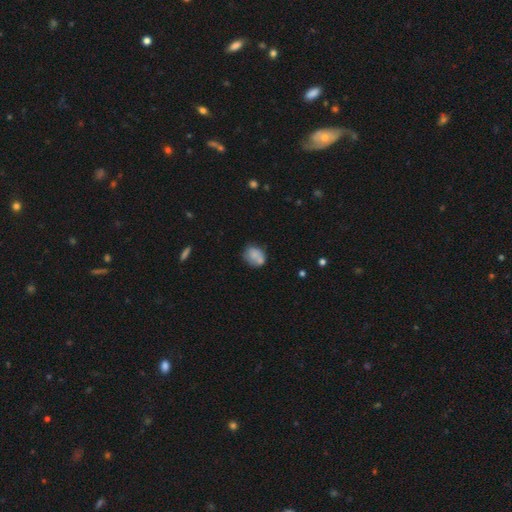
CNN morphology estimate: Smooth or featured? smooth (74%)
How rounded? round (51%)
Merging? none (48%)